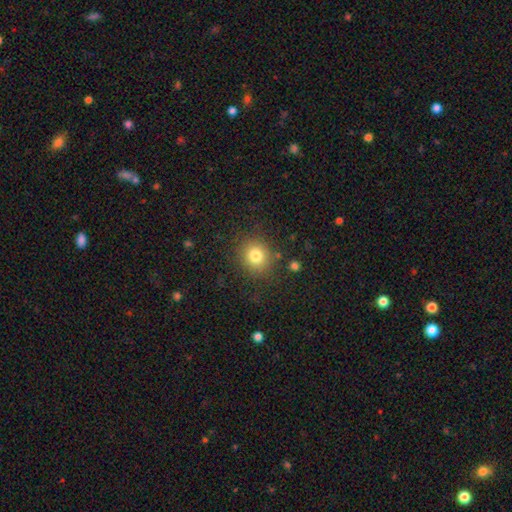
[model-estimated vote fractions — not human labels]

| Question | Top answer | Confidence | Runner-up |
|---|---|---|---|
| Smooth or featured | smooth | 80% | star or artifact (12%) |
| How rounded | round | 83% | in between (16%) |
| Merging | none | 85% | minor disturbance (9%) |